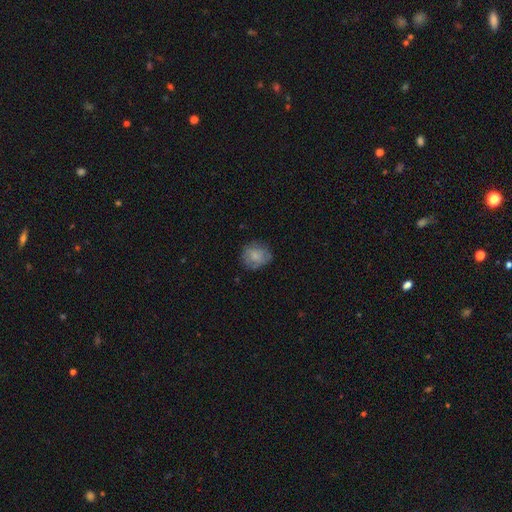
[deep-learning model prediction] Morphology: type=smooth (75%); roundness=round (73%); merging=none (70%).